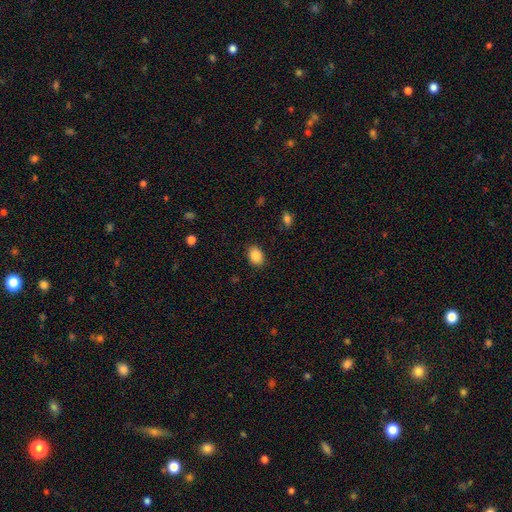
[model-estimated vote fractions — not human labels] Smooth or featured? Predicted: smooth (p=0.88). How rounded? Predicted: in between (p=0.71). Merging? Predicted: none (p=0.88).